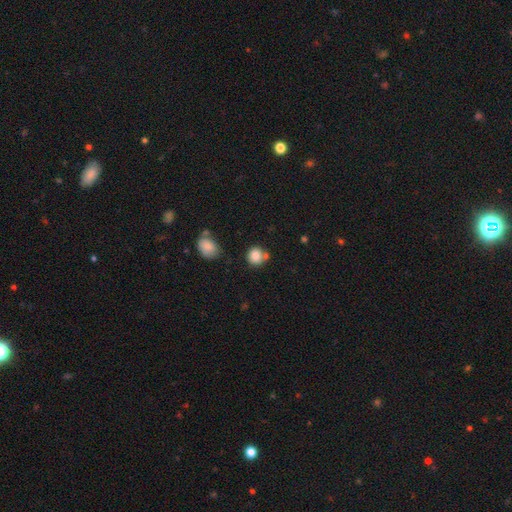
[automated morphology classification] type=smooth (84%); roundness=round (85%); merging=none (64%).